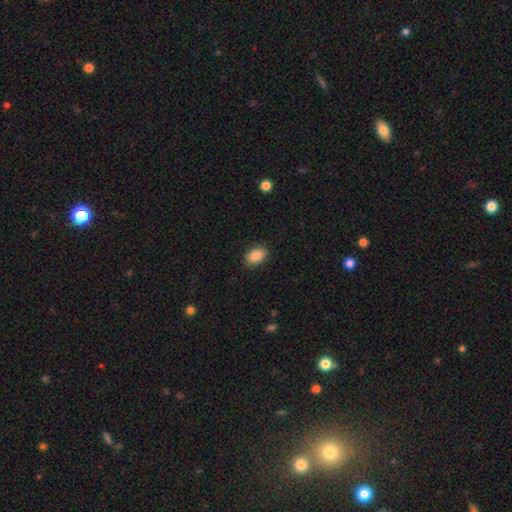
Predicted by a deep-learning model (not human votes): smooth-or-featured: smooth: 87% | star or artifact: 8% | featured or disk: 6%
  how-rounded: in between: 87% | round: 12% | cigar-shaped: 1%
  merging: none: 88% | minor disturbance: 9% | major disturbance: 2% | merger: 1%